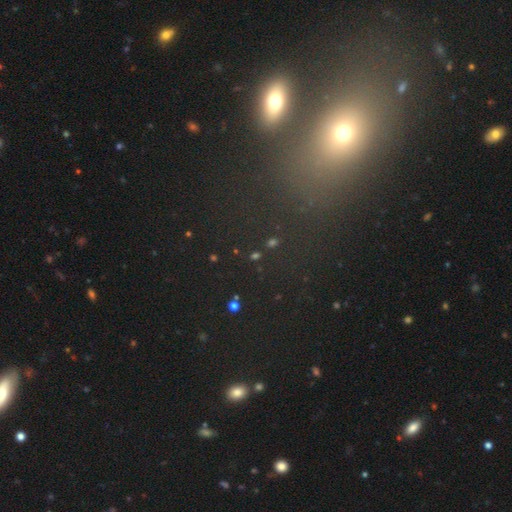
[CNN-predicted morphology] Smooth or featured?
  - star or artifact: 64% *
  - smooth: 26%
  - featured or disk: 11%